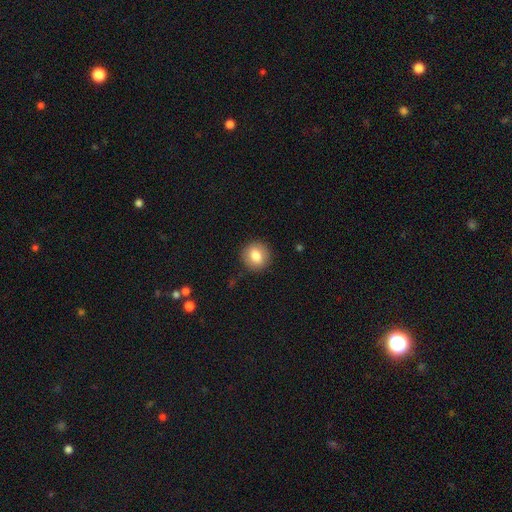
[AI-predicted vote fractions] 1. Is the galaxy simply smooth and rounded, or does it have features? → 79% smooth, 13% featured or disk, 9% star or artifact.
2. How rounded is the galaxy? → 80% round, 19% in between, 1% cigar-shaped.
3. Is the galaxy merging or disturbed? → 89% none, 7% minor disturbance, 2% major disturbance, 1% merger.